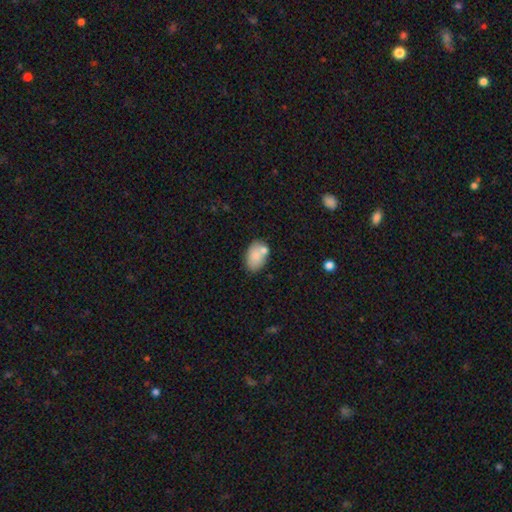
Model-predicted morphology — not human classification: A smooth galaxy with no disk features (81%) that is in between round and cigar-shaped (89%).

Vote fractions:
- Smooth or featured? smooth: 81% / featured or disk: 11% / star or artifact: 7%
- How rounded? in between: 89% / round: 10% / cigar-shaped: 1%
- Merging? none: 64% / merger: 16% / minor disturbance: 16% / major disturbance: 4%